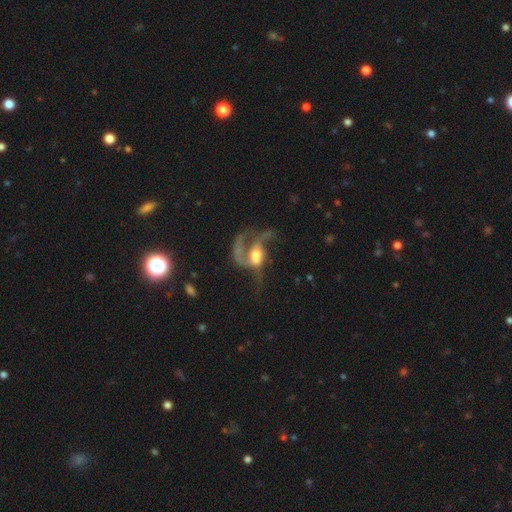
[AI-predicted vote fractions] Smooth or featured: featured or disk — 79% (smooth — 13%)
Edge-on disk: no — 97% (yes — 3%)
Bar: no — 50% (weak — 37%)
Spiral arms: yes — 85% (no — 15%)
Spiral winding: loose — 58% (medium — 34%)
Spiral arm count: 2 — 35% (3 — 23%)
Bulge size: moderate — 54% (large — 19%)
Merging: major disturbance — 51% (none — 25%)